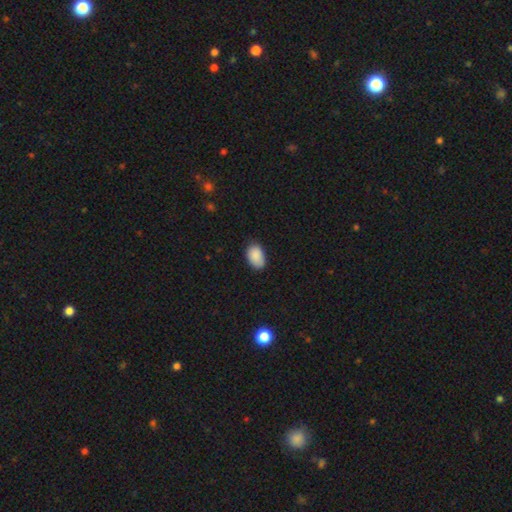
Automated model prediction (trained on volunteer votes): A smooth galaxy with no disk features (88%) that is in between round and cigar-shaped (88%). Merging: none (75%).